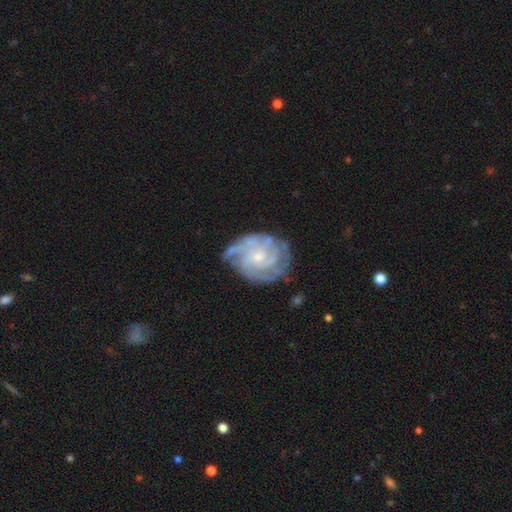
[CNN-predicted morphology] Smooth or featured: featured or disk — 88% (smooth — 7%)
Edge-on disk: no — 98% (yes — 2%)
Bar: no — 64% (weak — 30%)
Spiral arms: yes — 97% (no — 3%)
Spiral winding: tight — 64% (medium — 30%)
Spiral arm count: 3 — 25% (tied with 4 — 25%)
Bulge size: small — 67% (moderate — 27%)
Merging: none — 69% (minor disturbance — 21%)